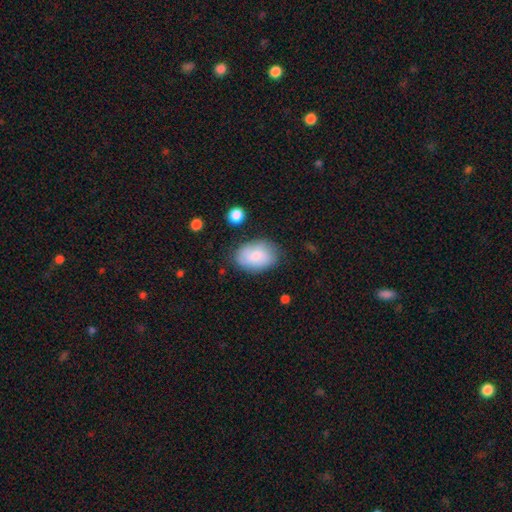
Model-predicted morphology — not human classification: Overall: smooth (71%). How rounded: in between (82%). Merging: none (74%).